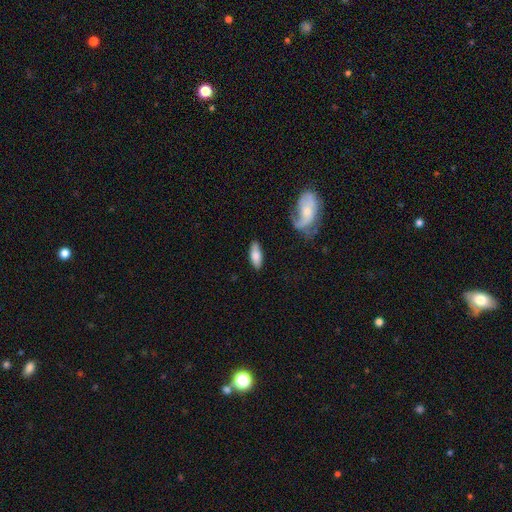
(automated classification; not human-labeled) This appears to be a smooth galaxy with no disk features (76%) that is in between round and cigar-shaped (74%). Merging: none (82%).